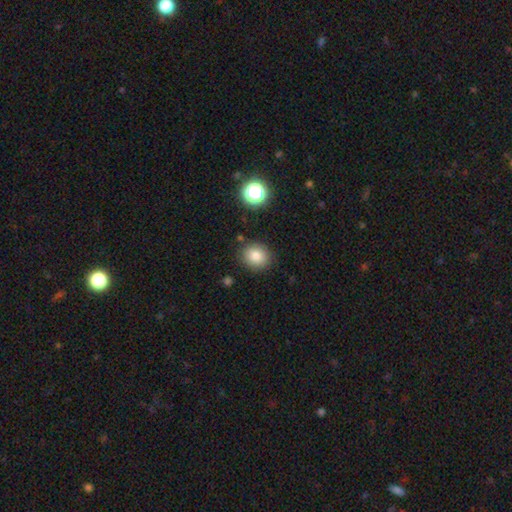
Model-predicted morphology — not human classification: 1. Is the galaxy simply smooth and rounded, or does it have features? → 82% smooth, 11% star or artifact, 7% featured or disk.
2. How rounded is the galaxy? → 75% round, 24% in between, 1% cigar-shaped.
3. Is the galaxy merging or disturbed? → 86% none, 9% minor disturbance, 3% major disturbance, 2% merger.